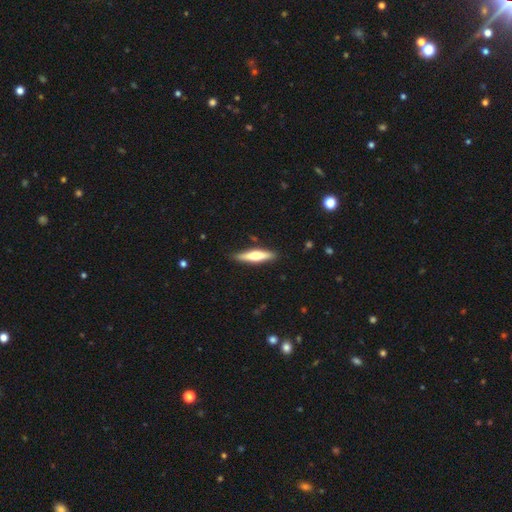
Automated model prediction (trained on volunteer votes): A smooth galaxy with no disk features (48%).

Vote fractions:
- Smooth or featured? smooth: 48% / featured or disk: 47% / star or artifact: 5%
- Merging? none: 88% / minor disturbance: 9% / major disturbance: 2% / merger: 1%